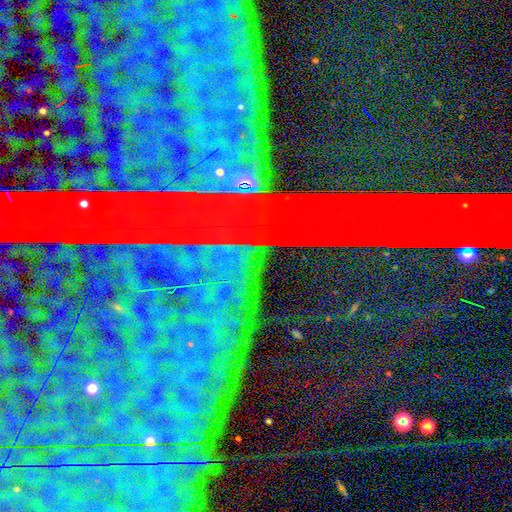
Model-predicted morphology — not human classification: Smooth or featured?
  - star or artifact: 83% *
  - featured or disk: 10%
  - smooth: 8%